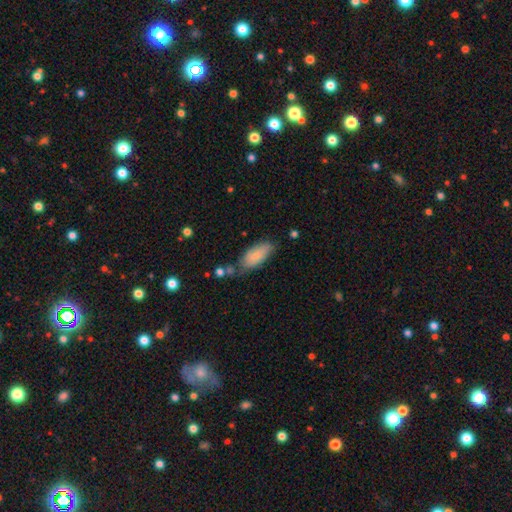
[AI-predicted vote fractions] Smooth or featured? smooth (82%)
How rounded? in between (85%)
Merging? none (60%)